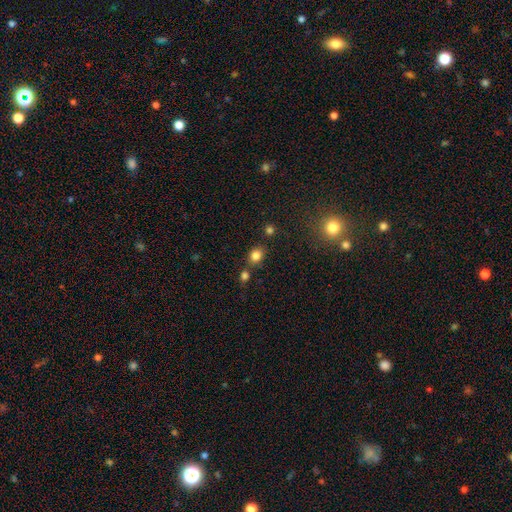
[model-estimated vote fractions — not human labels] Q: Smooth or featured?
A: smooth (82%); runner-up: star or artifact (13%)
Q: How rounded?
A: round (52%); runner-up: in between (46%)
Q: Merging?
A: none (72%); runner-up: merger (13%)